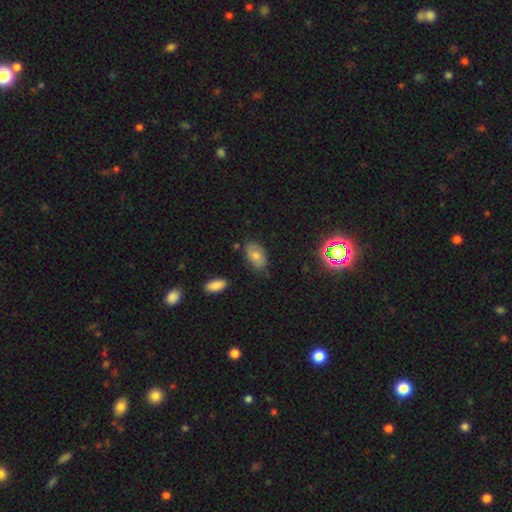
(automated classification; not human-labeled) Smooth or featured? Predicted: smooth (p=0.66). How rounded? Predicted: in between (p=0.90). Merging? Predicted: none (p=0.76).